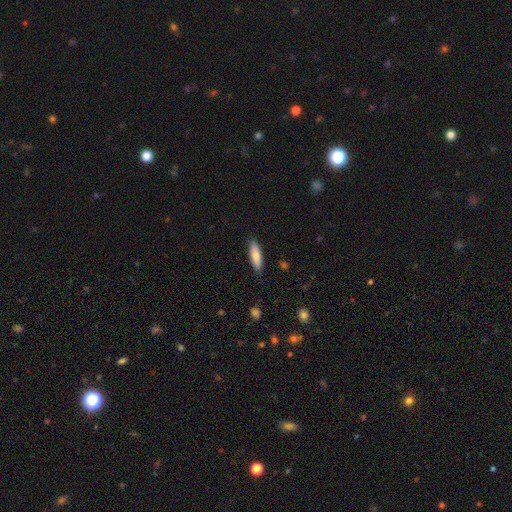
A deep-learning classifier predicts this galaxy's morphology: Overall: smooth (81%). How rounded: cigar-shaped (62%; in between 37%). Merging: none (88%).